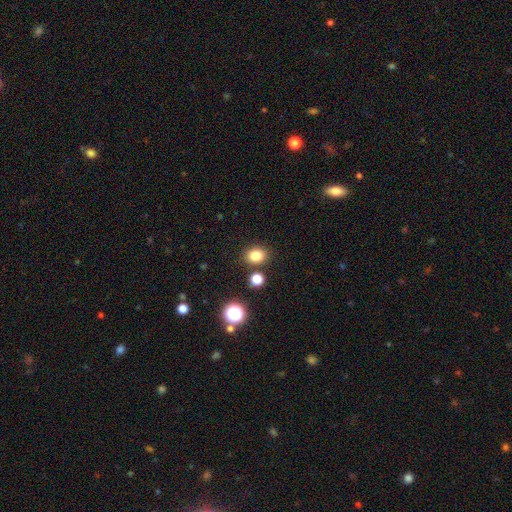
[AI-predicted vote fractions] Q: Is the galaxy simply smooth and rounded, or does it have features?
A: smooth — 82%.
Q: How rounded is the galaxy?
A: round — 51%.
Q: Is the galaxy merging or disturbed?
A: none — 81%.